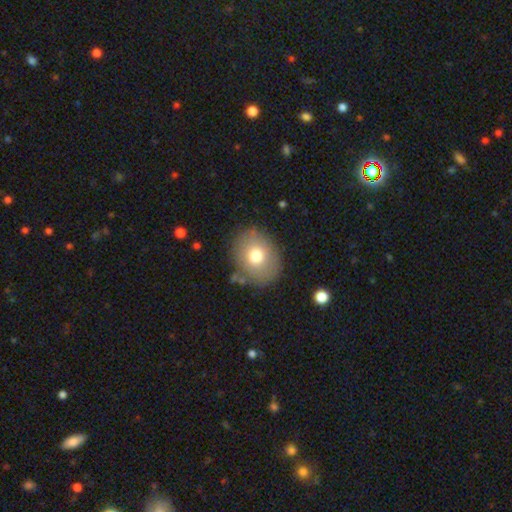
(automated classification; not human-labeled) Overall: smooth (74%). How rounded: in between (51%; round 48%). Merging: none (83%).